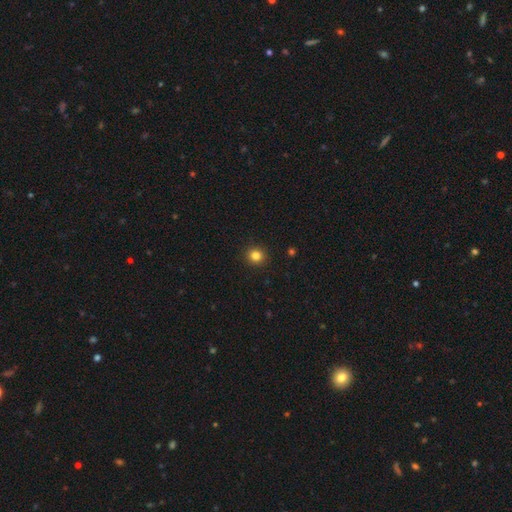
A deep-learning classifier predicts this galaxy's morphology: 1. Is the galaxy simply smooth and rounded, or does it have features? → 83% smooth, 13% star or artifact, 5% featured or disk.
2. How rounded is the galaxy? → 92% round, 7% in between, 1% cigar-shaped.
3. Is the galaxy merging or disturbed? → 92% none, 5% minor disturbance, 2% major disturbance, 1% merger.